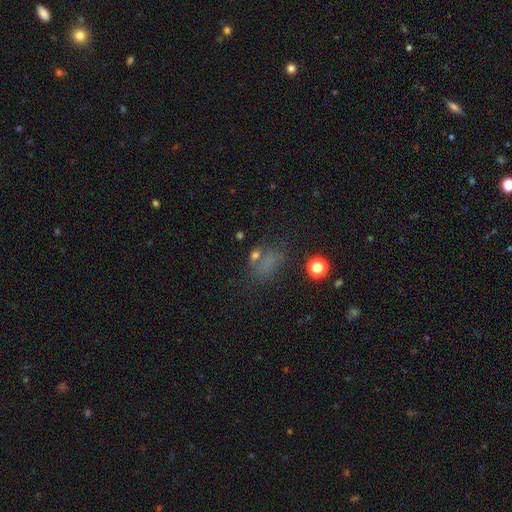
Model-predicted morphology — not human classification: The model was most divided on "merging": none: 49%, minor disturbance: 21%, major disturbance: 19%, merger: 11%. More confident: how rounded — in between (68%); smooth or featured — smooth (57%).